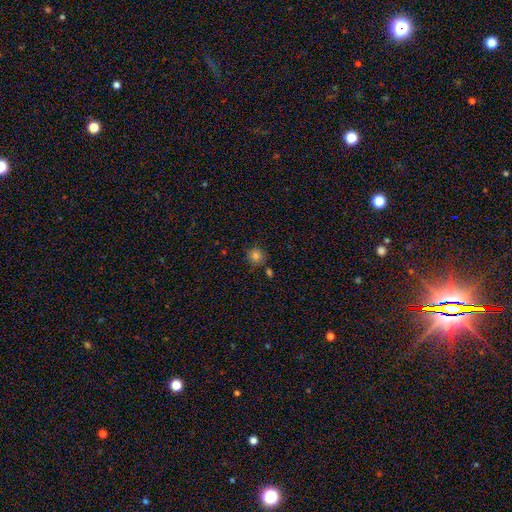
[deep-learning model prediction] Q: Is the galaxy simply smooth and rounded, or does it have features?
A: smooth — 82%.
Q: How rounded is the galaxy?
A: round — 92%.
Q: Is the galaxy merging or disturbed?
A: none — 79%.